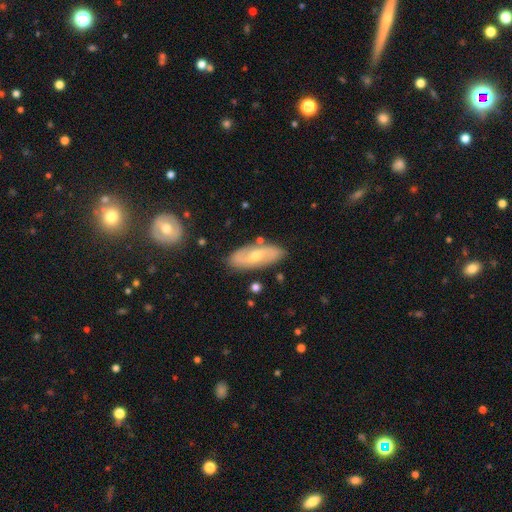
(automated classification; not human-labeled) smooth-or-featured: featured or disk: 65% | smooth: 29% | star or artifact: 6%
  disk-edge-on: no: 87% | yes: 13%
    bar: weak: 45% | no: 34% | strong: 20%
    has-spiral-arms: yes: 81% | no: 19%
    bulge-size: moderate: 56% | small: 39% | large: 2% | none: 2% | dominant: 1%
  merging: none: 83% | minor disturbance: 12% | merger: 3% | major disturbance: 3%